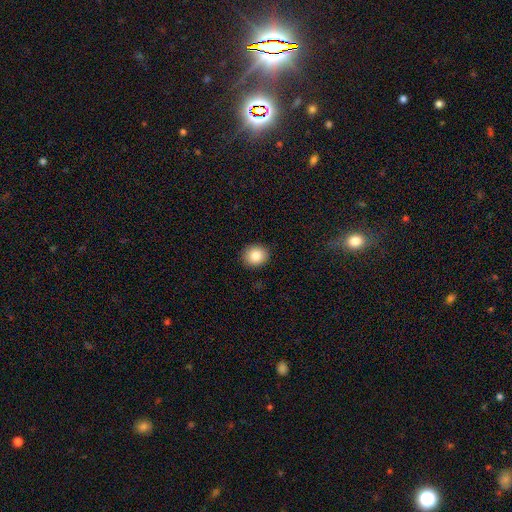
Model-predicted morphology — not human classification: Q: Smooth or featured?
A: smooth (85%); runner-up: star or artifact (9%)
Q: How rounded?
A: round (74%); runner-up: in between (25%)
Q: Merging?
A: none (91%); runner-up: minor disturbance (6%)